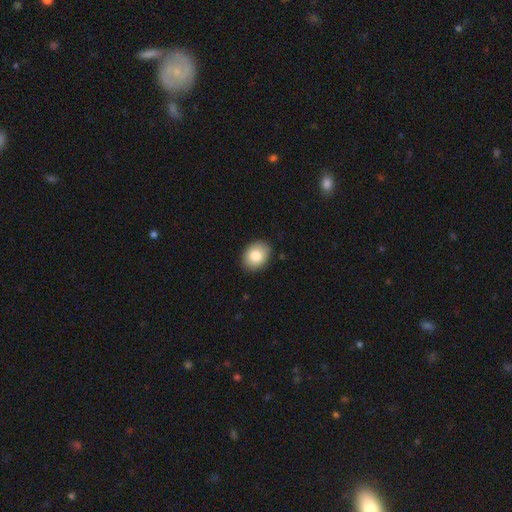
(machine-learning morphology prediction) A smooth galaxy with no disk features (82%) that is in between round and cigar-shaped (62%). Merging: none (88%).